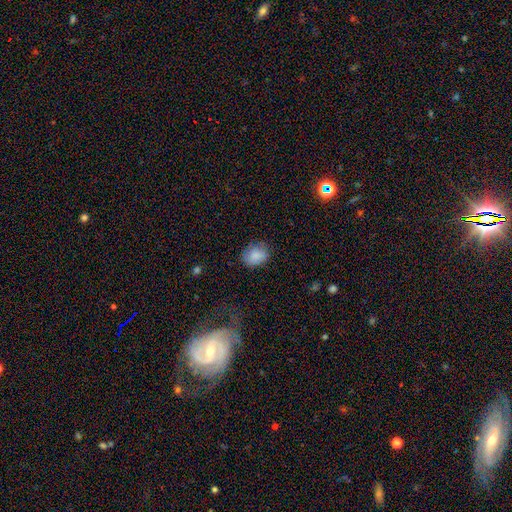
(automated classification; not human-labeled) Q: Smooth or featured?
A: smooth (86%); runner-up: star or artifact (8%)
Q: How rounded?
A: in between (59%); runner-up: round (40%)
Q: Merging?
A: none (77%); runner-up: minor disturbance (18%)